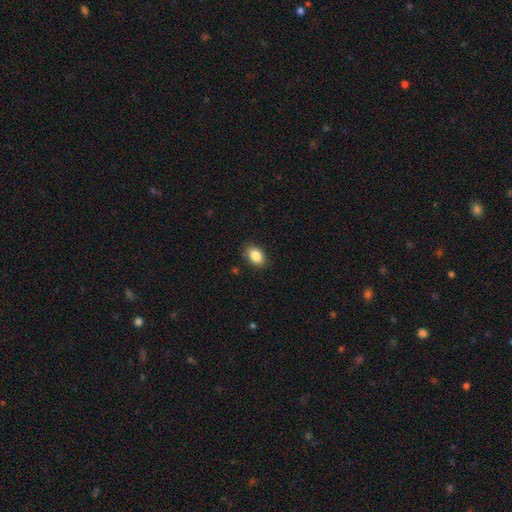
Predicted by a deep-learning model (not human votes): This appears to be a smooth galaxy with no disk features (86%) that is in between round and cigar-shaped (84%). Merging: none (87%).